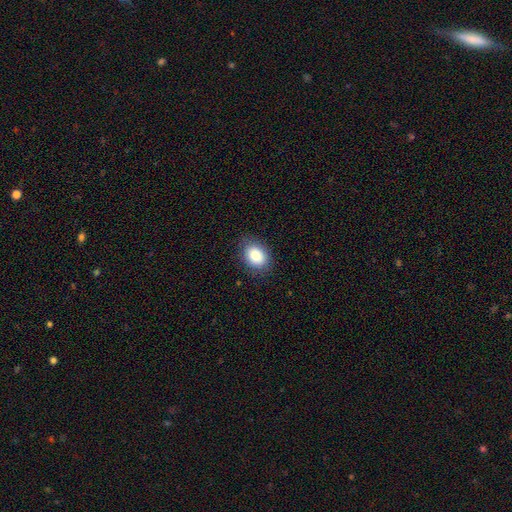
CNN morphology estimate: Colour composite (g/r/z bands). It shows a smooth galaxy with no disk features (86%) that is in between round and cigar-shaped (72%). Merging: none (83%).